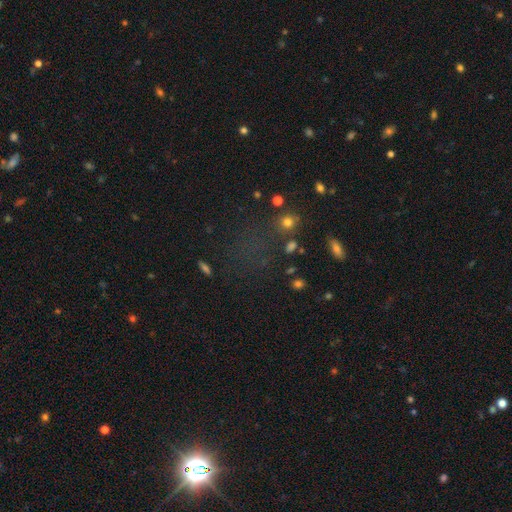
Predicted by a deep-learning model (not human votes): Q: Smooth or featured?
A: star or artifact (55%); runner-up: smooth (30%)